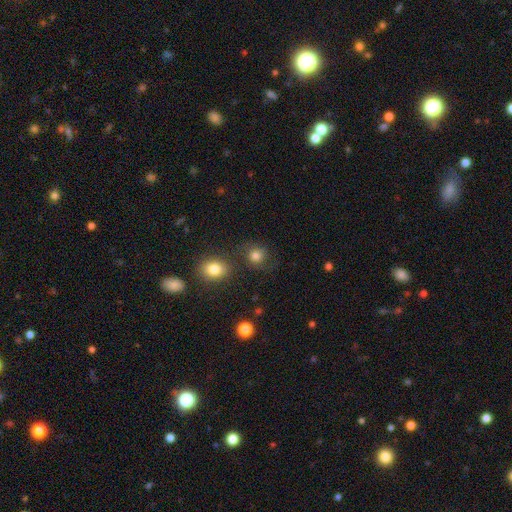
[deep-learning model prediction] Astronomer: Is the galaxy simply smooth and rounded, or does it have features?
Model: smooth — 78%.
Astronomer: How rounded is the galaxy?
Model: round — 81%.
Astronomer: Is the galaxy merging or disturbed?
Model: none — 71%.